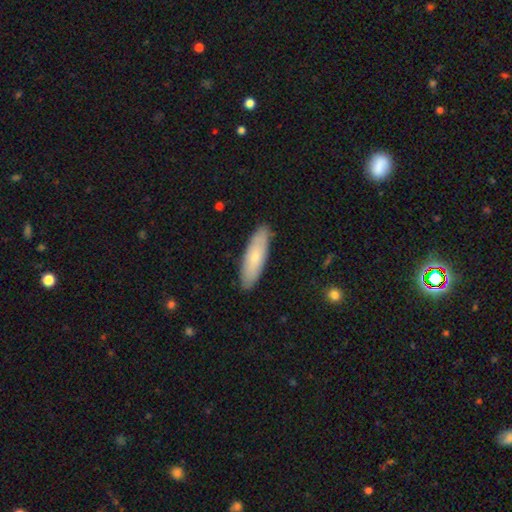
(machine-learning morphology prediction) Smooth or featured: smooth — 69% (featured or disk — 25%)
How rounded: cigar-shaped — 56% (in between — 42%)
Merging: none — 88% (minor disturbance — 9%)